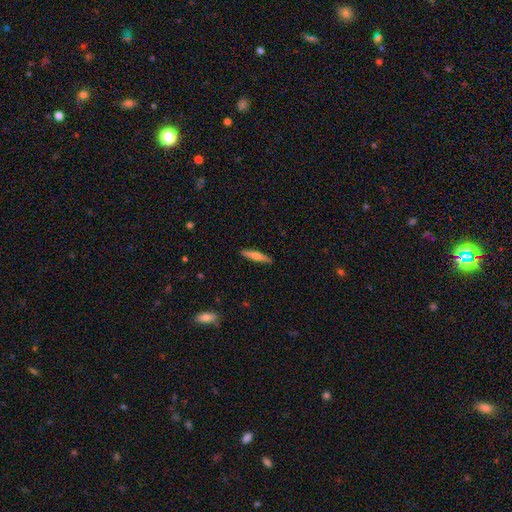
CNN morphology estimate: Smooth or featured? smooth (53%)
How rounded? cigar-shaped (87%)
Merging? none (91%)